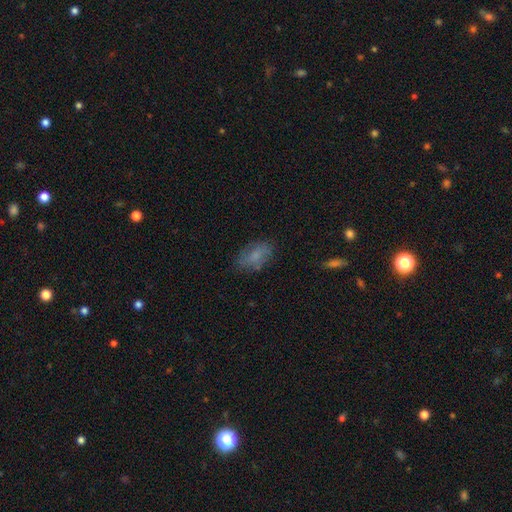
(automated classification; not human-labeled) This is likely a smooth galaxy (68%). How rounded: clearly in between (89%). Merging: likely none (73%).